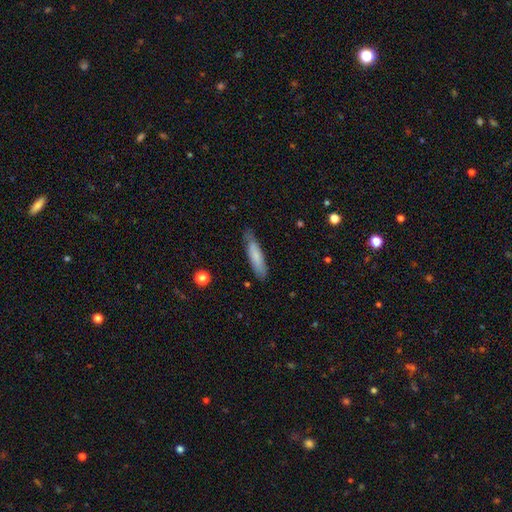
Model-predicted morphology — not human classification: Q: Smooth or featured?
A: smooth (72%); runner-up: featured or disk (22%)
Q: How rounded?
A: cigar-shaped (76%); runner-up: in between (22%)
Q: Merging?
A: none (76%); runner-up: minor disturbance (19%)